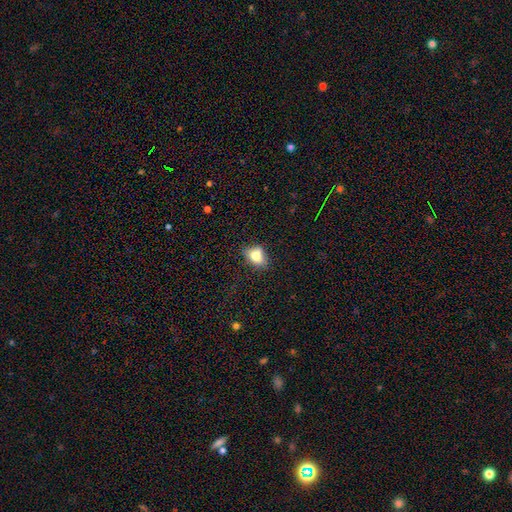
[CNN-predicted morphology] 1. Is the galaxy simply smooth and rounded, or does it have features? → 78% smooth, 12% featured or disk, 10% star or artifact.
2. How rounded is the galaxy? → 71% in between, 27% round, 2% cigar-shaped.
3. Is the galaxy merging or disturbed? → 68% none, 23% minor disturbance, 6% major disturbance, 3% merger.